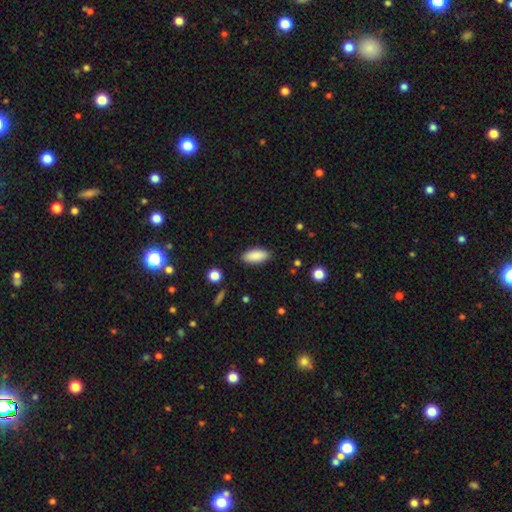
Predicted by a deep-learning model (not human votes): smooth 89%, star or artifact 6%, featured or disk 5%. Down the decision tree: how rounded — in between (85%); merging — none (87%).